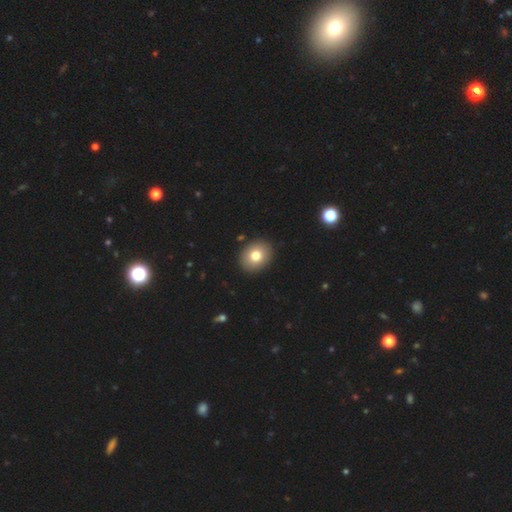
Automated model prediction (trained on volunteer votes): This appears to be a smooth galaxy with no disk features (78%) that is round (51%). Merging: none (91%).